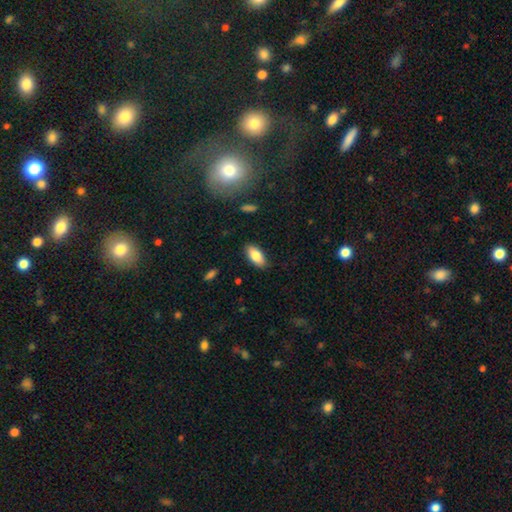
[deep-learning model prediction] Smooth or featured: smooth — 83% (featured or disk — 11%)
How rounded: in between — 90% (cigar-shaped — 8%)
Merging: none — 86% (minor disturbance — 10%)